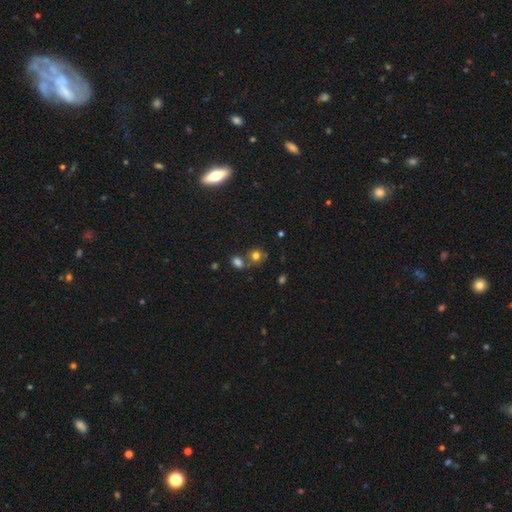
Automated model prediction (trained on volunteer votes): smooth 74%, star or artifact 17%, featured or disk 9%. Down the decision tree: how rounded — round (81%); merging — none (55%).